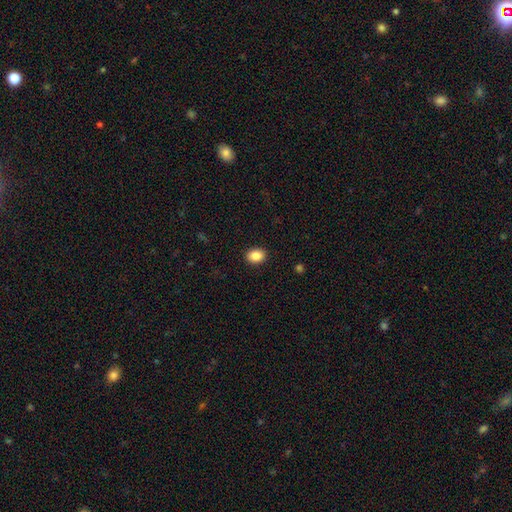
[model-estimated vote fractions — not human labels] Smooth or featured?
  - smooth: 87% *
  - star or artifact: 8%
  - featured or disk: 4%
How rounded?
  - in between: 59% *
  - round: 40%
  - cigar-shaped: 1%
Merging?
  - none: 91% *
  - minor disturbance: 6%
  - major disturbance: 2%
  - merger: 1%